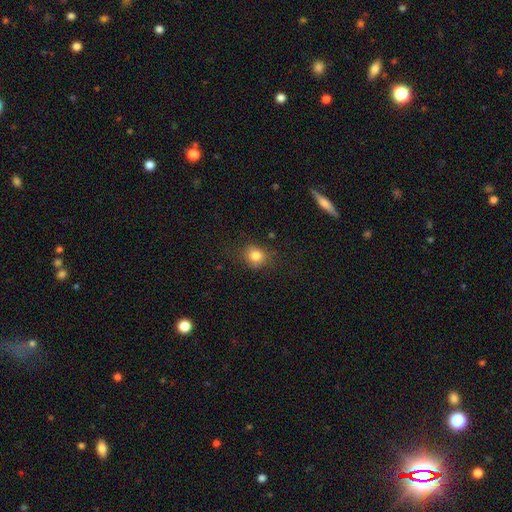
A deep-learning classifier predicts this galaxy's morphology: smooth_or_featured: smooth (p=0.82) [alt: star or artifact p=0.11]
how_rounded: round (p=0.75) [alt: in between p=0.24]
merging: none (p=0.74) [alt: minor disturbance p=0.18]